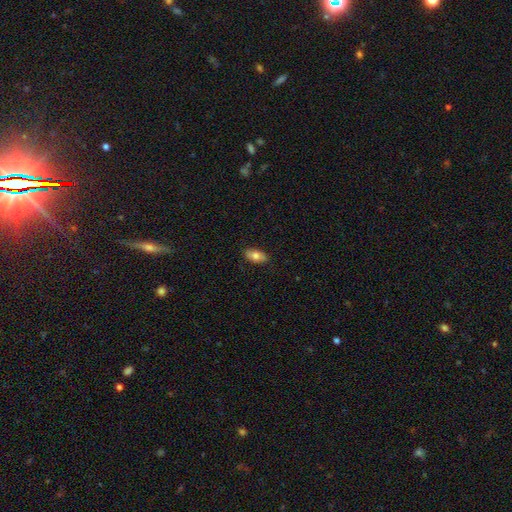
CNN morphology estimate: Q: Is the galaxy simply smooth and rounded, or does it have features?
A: smooth — 77%.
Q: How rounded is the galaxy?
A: in between — 92%.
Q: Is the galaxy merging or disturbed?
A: none — 87%.